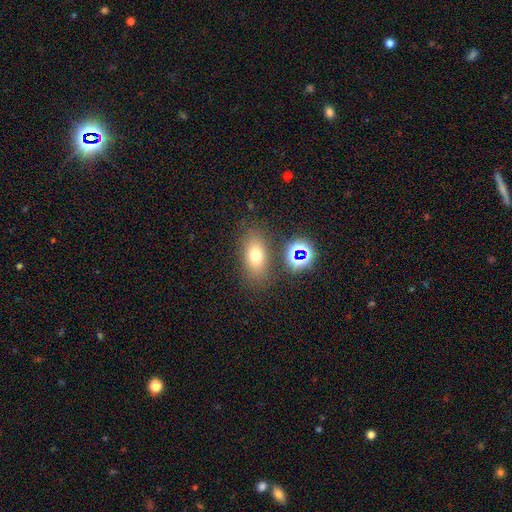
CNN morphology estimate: Q: Smooth or featured?
A: smooth (69%); runner-up: star or artifact (16%)
Q: How rounded?
A: in between (79%); runner-up: round (16%)
Q: Merging?
A: none (78%); runner-up: minor disturbance (12%)